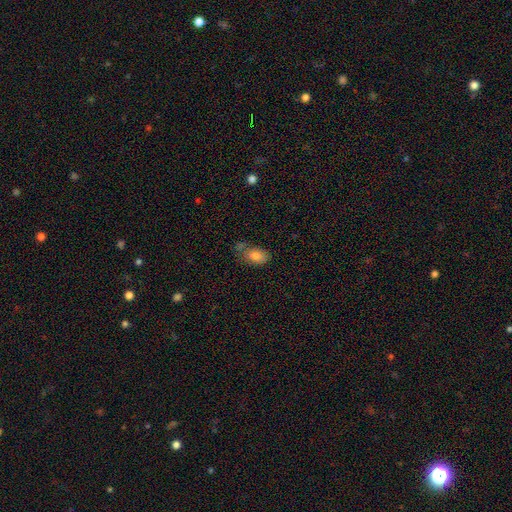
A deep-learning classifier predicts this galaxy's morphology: type=smooth (82%); roundness=in between (90%); merging=none (51%).